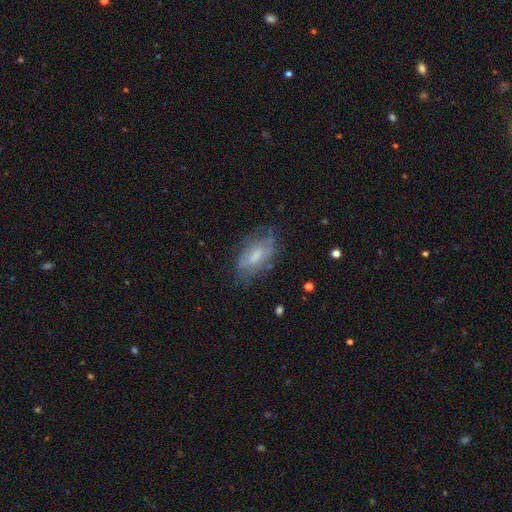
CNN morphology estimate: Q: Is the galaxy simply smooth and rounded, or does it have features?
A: smooth — 50%.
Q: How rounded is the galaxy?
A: in between — 88%.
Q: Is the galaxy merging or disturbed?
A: none — 57%.